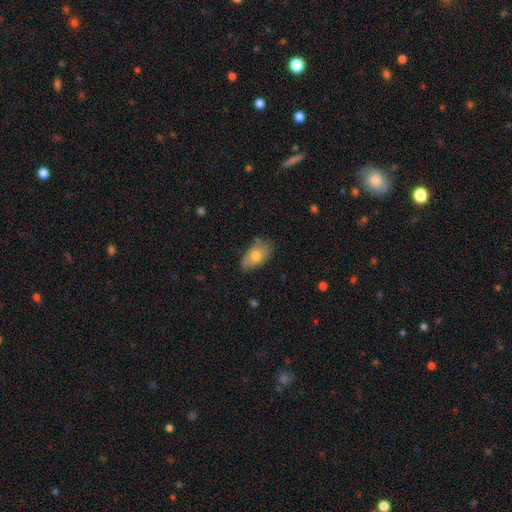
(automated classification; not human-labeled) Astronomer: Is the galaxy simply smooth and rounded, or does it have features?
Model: smooth — 73%.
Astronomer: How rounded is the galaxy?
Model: in between — 92%.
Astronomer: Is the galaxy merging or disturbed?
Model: none — 70%.